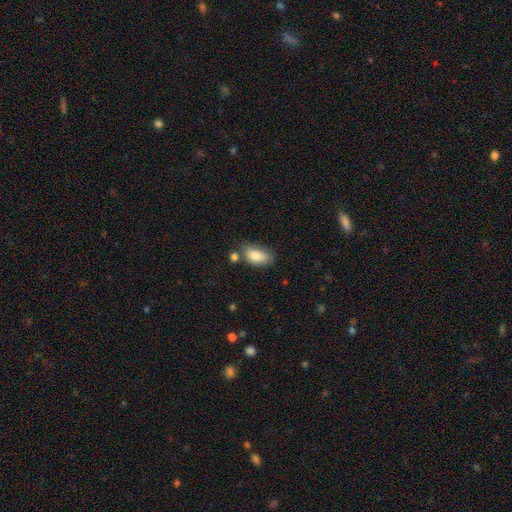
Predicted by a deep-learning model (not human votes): smooth-or-featured: smooth: 85% | featured or disk: 8% | star or artifact: 7%
  how-rounded: in between: 92% | round: 5% | cigar-shaped: 3%
  merging: none: 54% | minor disturbance: 26% | merger: 12% | major disturbance: 8%